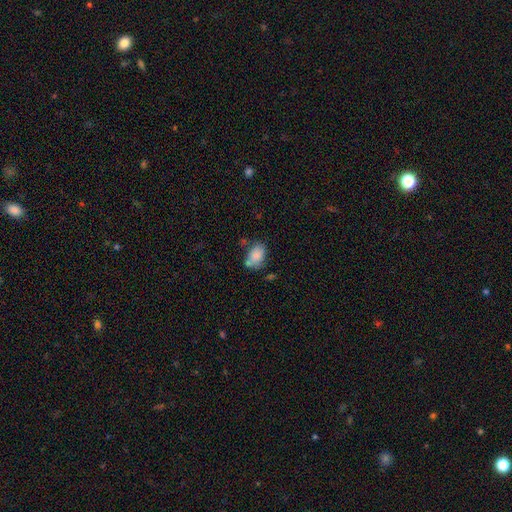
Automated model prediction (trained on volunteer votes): smooth_or_featured: smooth (p=0.83) [alt: featured or disk p=0.09]
how_rounded: in between (p=0.83) [alt: round p=0.16]
merging: none (p=0.55) [alt: minor disturbance p=0.22]